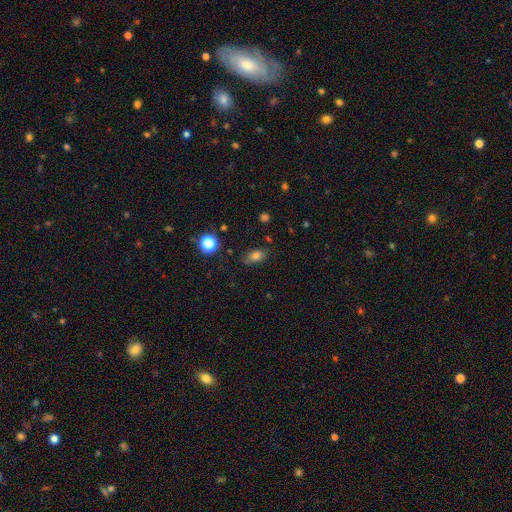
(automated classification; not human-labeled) Smooth or featured? smooth (76%)
How rounded? in between (82%)
Merging? none (77%)